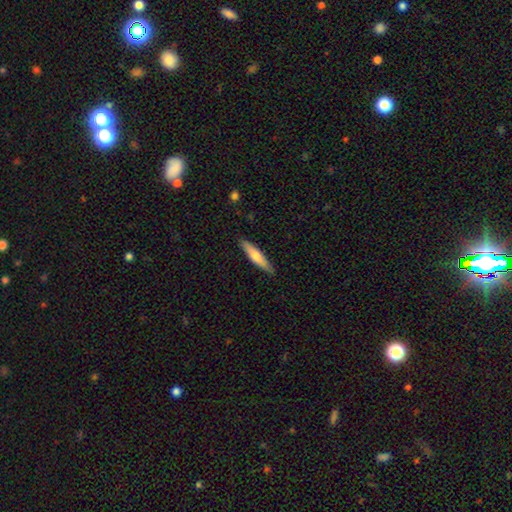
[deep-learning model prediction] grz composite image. It shows a smooth galaxy with no disk features (61%) that is cigar-shaped (83%). Merging: none (88%).